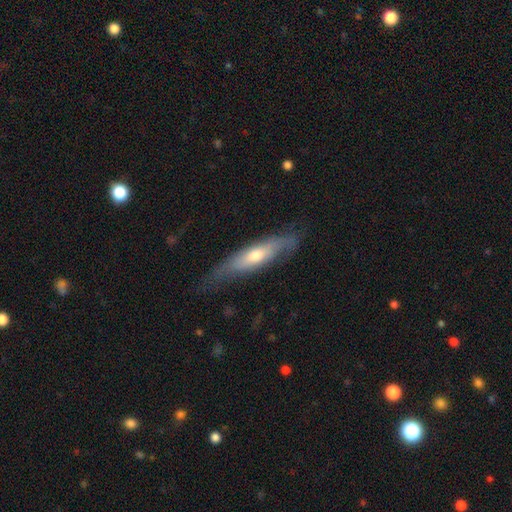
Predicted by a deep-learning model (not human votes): A featured or disk galaxy (48%). Merging: none (58%).